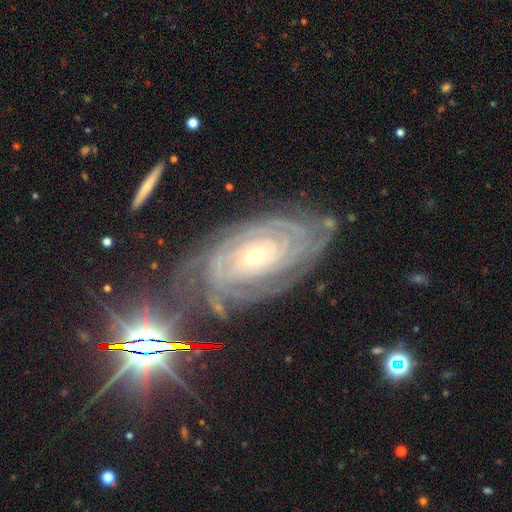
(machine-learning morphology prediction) featured or disk 85%, star or artifact 9%, smooth 5%. Down the decision tree: edge-on disk — no (94%); bar — no (70%); spiral arms — yes (97%); spiral arm count — can't tell (34%); spiral winding — tight (84%); bulge size — small (65%); merging — none (75%).